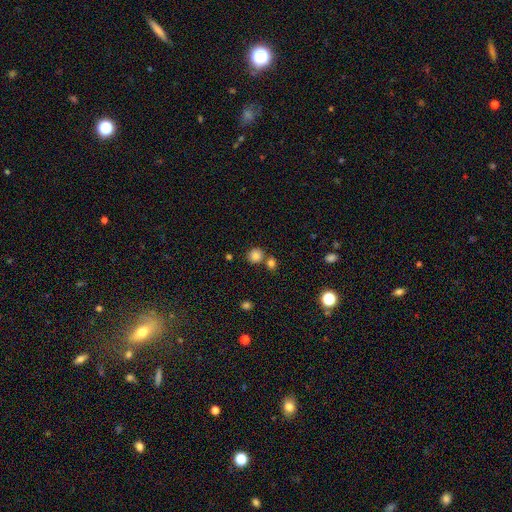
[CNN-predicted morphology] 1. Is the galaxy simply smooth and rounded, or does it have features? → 83% smooth, 11% star or artifact, 6% featured or disk.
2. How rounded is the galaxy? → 89% round, 10% in between, 1% cigar-shaped.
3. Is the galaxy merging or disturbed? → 69% none, 20% merger, 8% minor disturbance, 3% major disturbance.